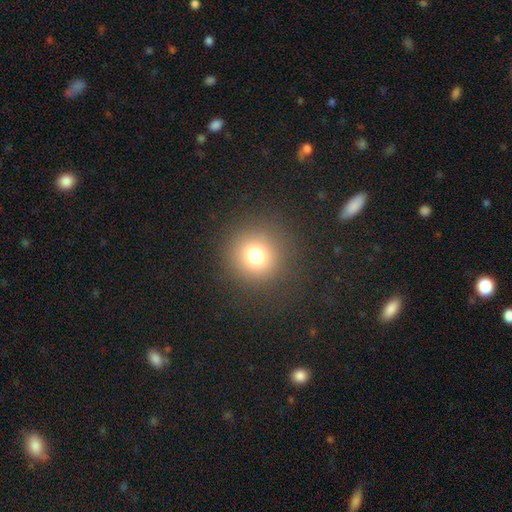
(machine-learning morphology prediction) Overall: smooth (75%). How rounded: round (95%). Merging: none (89%).